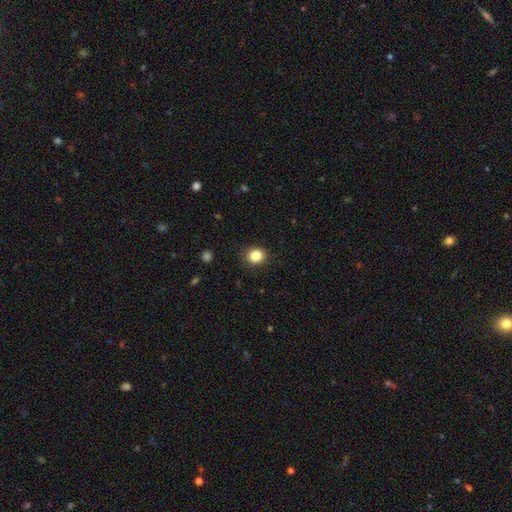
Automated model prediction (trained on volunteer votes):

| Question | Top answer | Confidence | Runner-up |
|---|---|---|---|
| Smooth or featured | smooth | 84% | star or artifact (11%) |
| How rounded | round | 76% | in between (23%) |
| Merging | none | 88% | minor disturbance (8%) |